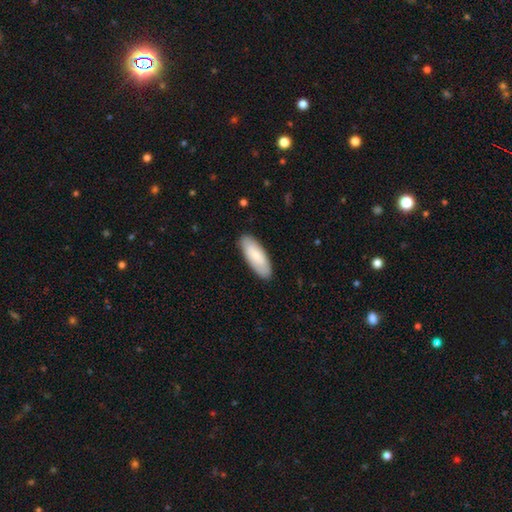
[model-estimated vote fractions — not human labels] Q: Smooth or featured?
A: smooth (77%); runner-up: featured or disk (18%)
Q: How rounded?
A: in between (73%); runner-up: cigar-shaped (25%)
Q: Merging?
A: none (87%); runner-up: minor disturbance (10%)